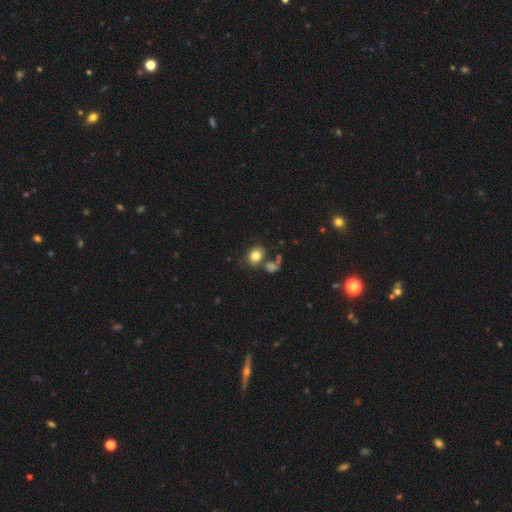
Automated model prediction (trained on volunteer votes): smooth_or_featured: smooth (p=0.81) [alt: star or artifact p=0.10]
how_rounded: in between (p=0.55) [alt: round p=0.43]
merging: none (p=0.64) [alt: merger p=0.16]